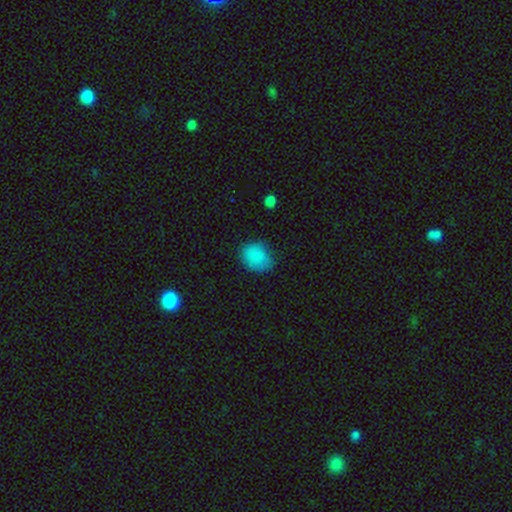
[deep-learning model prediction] A smooth galaxy with no disk features (85%) that is round (52%).

Vote fractions:
- Smooth or featured? smooth: 85% / star or artifact: 10% / featured or disk: 6%
- How rounded? round: 52% / in between: 47% / cigar-shaped: 1%
- Merging? none: 64% / minor disturbance: 28% / major disturbance: 7% / merger: 2%